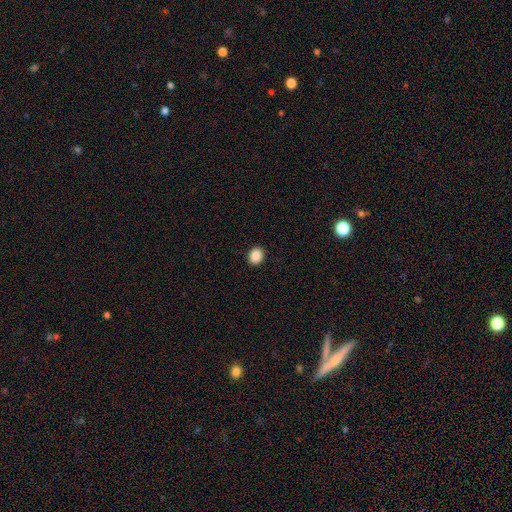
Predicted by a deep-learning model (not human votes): Q: Smooth or featured?
A: smooth (89%); runner-up: star or artifact (9%)
Q: How rounded?
A: round (55%); runner-up: in between (44%)
Q: Merging?
A: none (91%); runner-up: minor disturbance (6%)